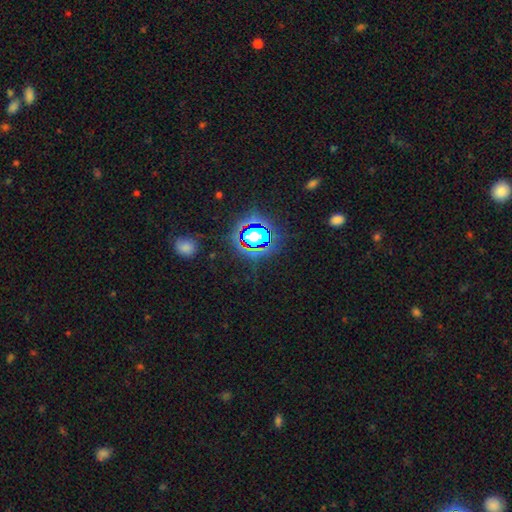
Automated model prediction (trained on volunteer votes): Smooth or featured? star or artifact (77%)